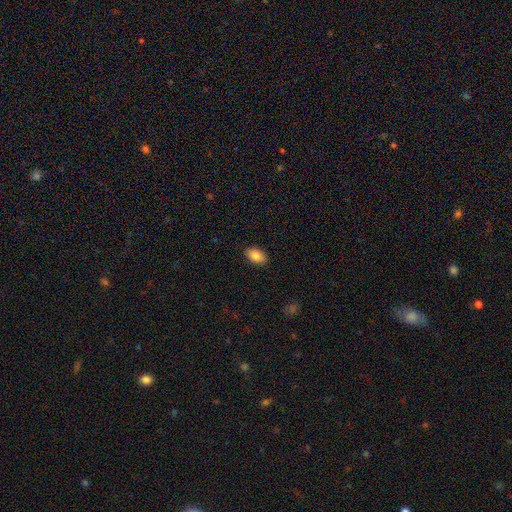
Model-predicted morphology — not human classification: Q: Smooth or featured?
A: smooth (86%); runner-up: star or artifact (7%)
Q: How rounded?
A: in between (91%); runner-up: round (7%)
Q: Merging?
A: none (88%); runner-up: minor disturbance (9%)